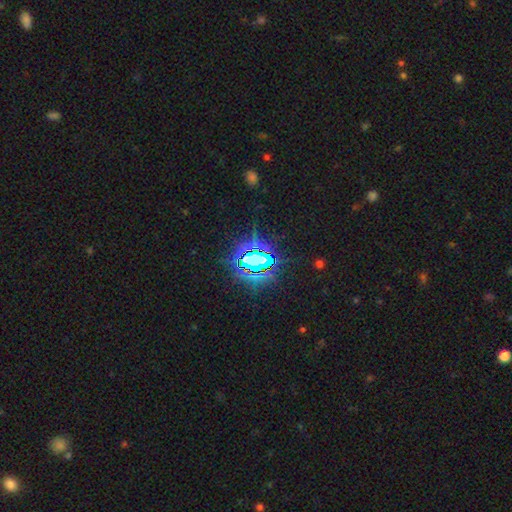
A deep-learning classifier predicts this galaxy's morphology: smooth_or_featured: star or artifact (p=0.82) [alt: smooth p=0.11]